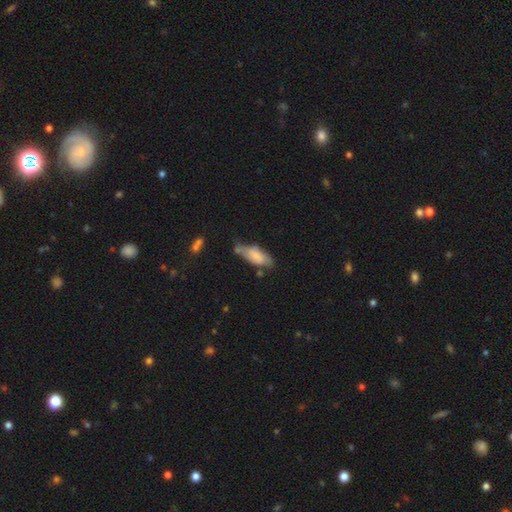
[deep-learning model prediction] smooth 61%, featured or disk 32%, star or artifact 7%. Down the decision tree: how rounded — in between (74%); merging — none (43%).